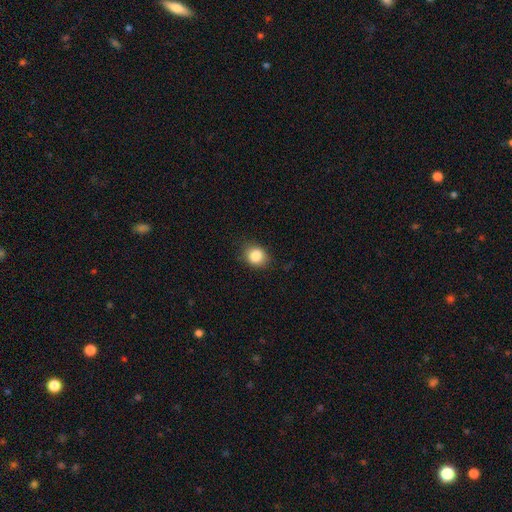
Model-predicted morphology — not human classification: This is clearly a smooth galaxy (85%). How rounded: likely round (70%). Merging: clearly none (82%).